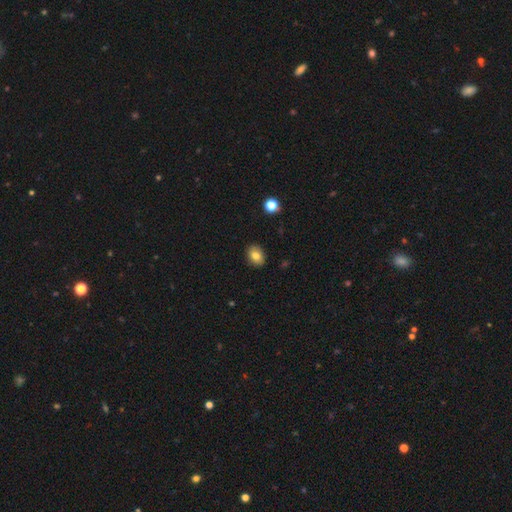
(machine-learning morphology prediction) type=smooth (80%); roundness=in between (61%); merging=none (88%).